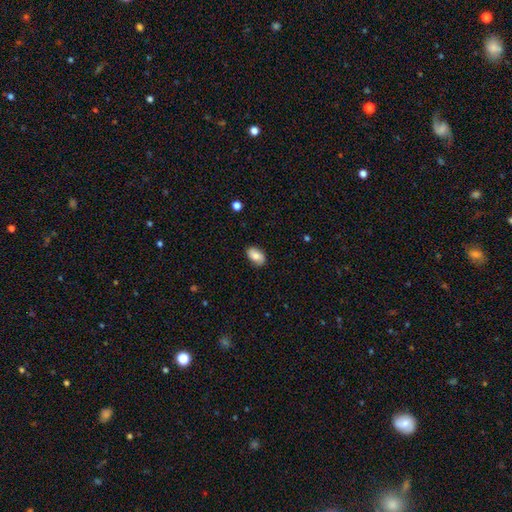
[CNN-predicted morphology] Smooth or featured? smooth (78%)
How rounded? in between (91%)
Merging? none (84%)